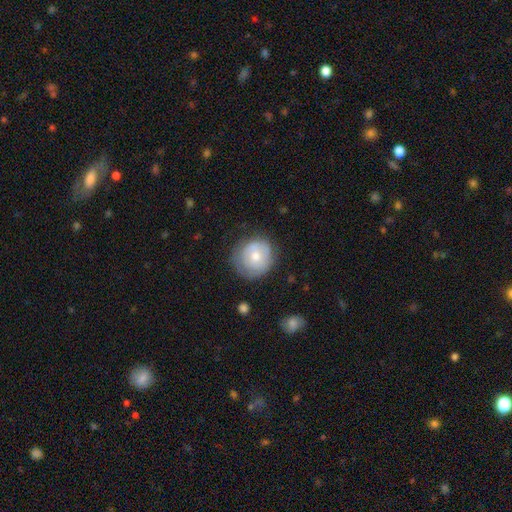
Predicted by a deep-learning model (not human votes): smooth 57%, featured or disk 36%, star or artifact 7%. Down the decision tree: how rounded — round (89%); merging — none (69%).